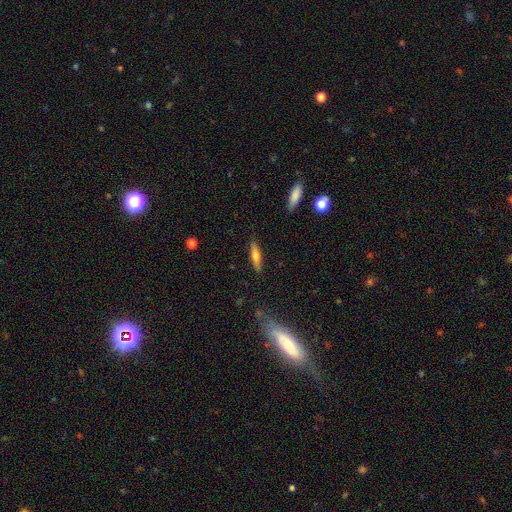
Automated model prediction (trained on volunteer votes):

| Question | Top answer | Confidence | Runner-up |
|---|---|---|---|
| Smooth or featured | smooth | 58% | featured or disk (36%) |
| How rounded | cigar-shaped | 74% | in between (24%) |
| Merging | none | 86% | minor disturbance (10%) |